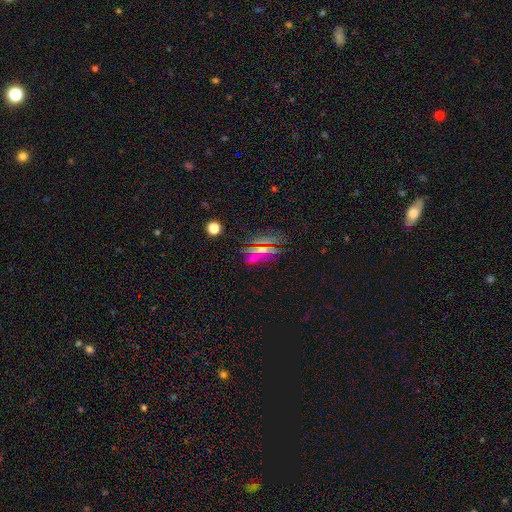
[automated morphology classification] smooth_or_featured: smooth (p=0.46) [alt: star or artifact p=0.33]
merging: none (p=0.78) [alt: minor disturbance p=0.13]